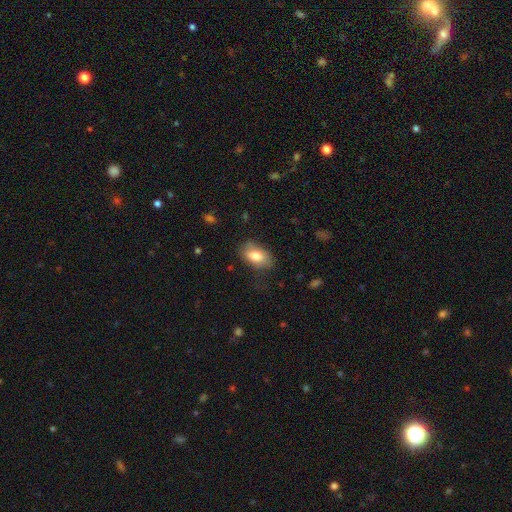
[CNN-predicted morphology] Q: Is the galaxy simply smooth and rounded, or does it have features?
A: smooth — 77%.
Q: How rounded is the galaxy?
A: in between — 90%.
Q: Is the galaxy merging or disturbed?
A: none — 71%.